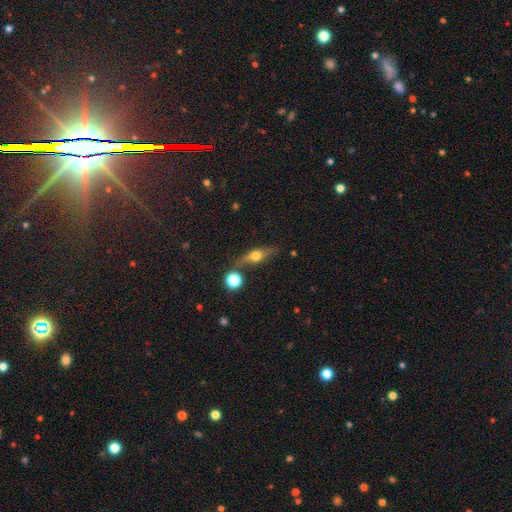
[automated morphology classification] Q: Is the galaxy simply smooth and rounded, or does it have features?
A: smooth — 47%.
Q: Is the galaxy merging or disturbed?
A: none — 74%.